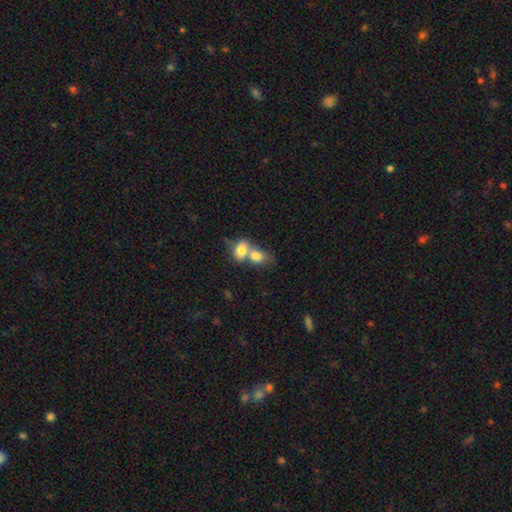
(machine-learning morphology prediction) Smooth or featured?
  - smooth: 78% *
  - featured or disk: 14%
  - star or artifact: 8%
How rounded?
  - in between: 61% *
  - round: 37%
  - cigar-shaped: 1%
Merging?
  - merger: 75% *
  - none: 17%
  - minor disturbance: 5%
  - major disturbance: 3%